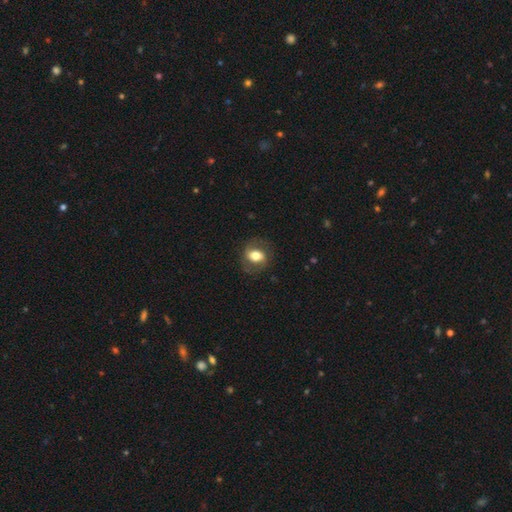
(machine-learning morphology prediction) type=smooth (58%); roundness=in between (57%); merging=none (75%).